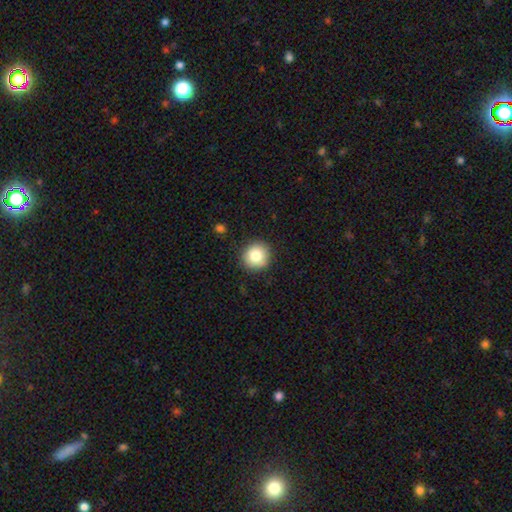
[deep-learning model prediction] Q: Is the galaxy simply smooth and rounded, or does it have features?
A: smooth — 83%.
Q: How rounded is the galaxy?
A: round — 91%.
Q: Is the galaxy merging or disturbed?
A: none — 90%.